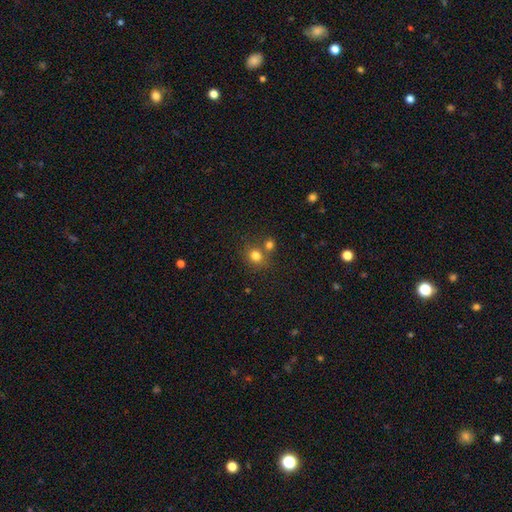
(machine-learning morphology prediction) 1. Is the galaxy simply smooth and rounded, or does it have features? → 79% smooth, 14% star or artifact, 7% featured or disk.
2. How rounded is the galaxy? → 77% round, 22% in between, 1% cigar-shaped.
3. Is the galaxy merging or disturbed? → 59% none, 28% merger, 9% minor disturbance, 3% major disturbance.